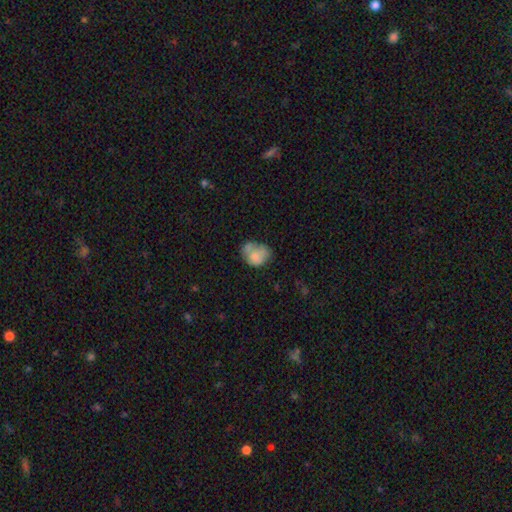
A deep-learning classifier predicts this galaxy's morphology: Q: Smooth or featured?
A: smooth (71%); runner-up: featured or disk (20%)
Q: How rounded?
A: in between (51%); runner-up: round (48%)
Q: Merging?
A: none (31%); runner-up: merger (28%)